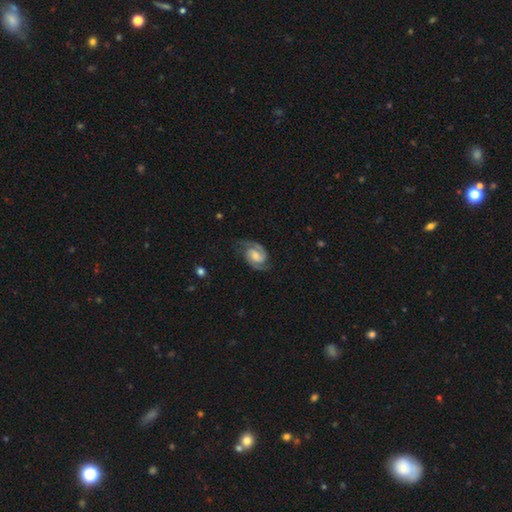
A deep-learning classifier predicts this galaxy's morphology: Overall: featured or disk (88%). Edge-on disk: no (98%). Bar: weak (45%; no 42%). Spiral arms: yes (98%). Spiral arm count: 2 (93%). Spiral winding: medium (51%; tight 38%). Bulge size: moderate (44%; small 29%). Merging: none (77%).